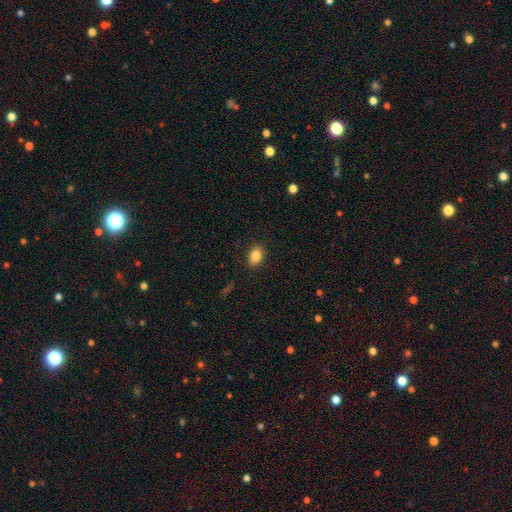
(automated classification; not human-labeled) smooth_or_featured: smooth (p=0.85) [alt: star or artifact p=0.09]
how_rounded: in between (p=0.82) [alt: round p=0.17]
merging: none (p=0.88) [alt: minor disturbance p=0.08]